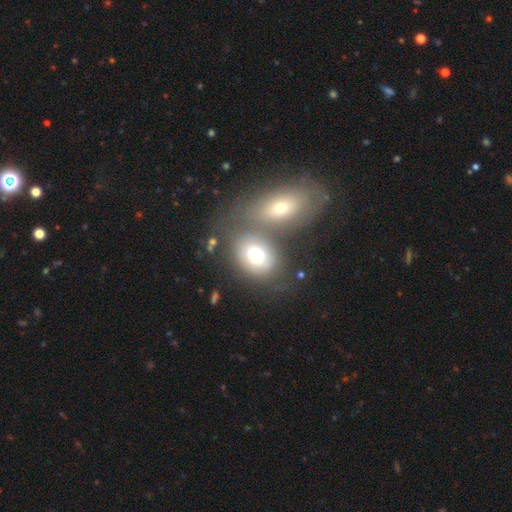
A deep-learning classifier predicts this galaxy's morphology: A smooth galaxy with no disk features (66%) that is in between round and cigar-shaped (60%).

Vote fractions:
- Smooth or featured? smooth: 66% / featured or disk: 24% / star or artifact: 10%
- How rounded? in between: 60% / round: 39% / cigar-shaped: 1%
- Merging? none: 46% / merger: 34% / minor disturbance: 13% / major disturbance: 7%